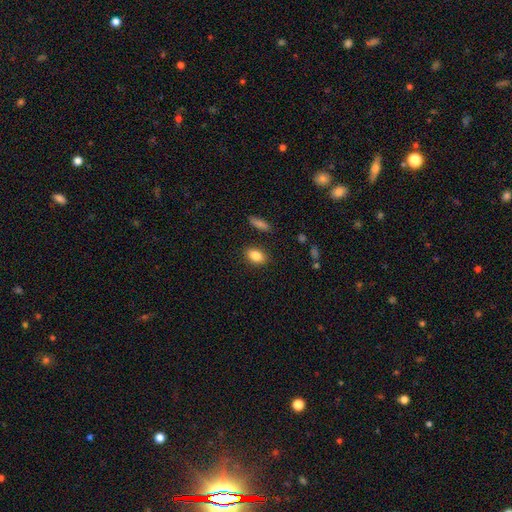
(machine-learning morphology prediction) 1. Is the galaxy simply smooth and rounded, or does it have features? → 85% smooth, 8% star or artifact, 7% featured or disk.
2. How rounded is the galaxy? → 84% in between, 12% round, 3% cigar-shaped.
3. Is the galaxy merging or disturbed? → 86% none, 9% minor disturbance, 3% major disturbance, 2% merger.